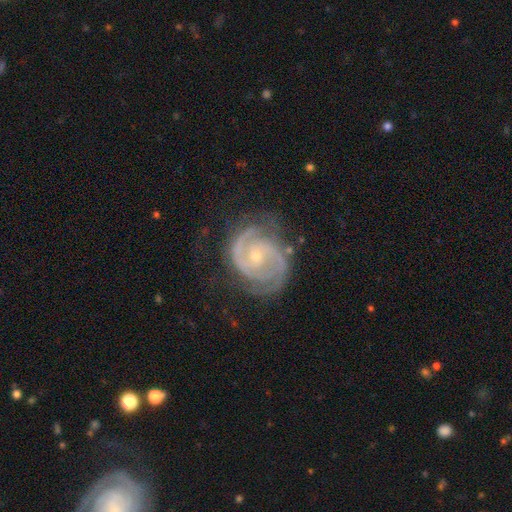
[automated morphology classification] This appears to be a featured or disk galaxy (91%) with no bar (64%), 2 (74%) tight (57%) spiral arms (98%) and a small central bulge (74%). Merging: none (71%).